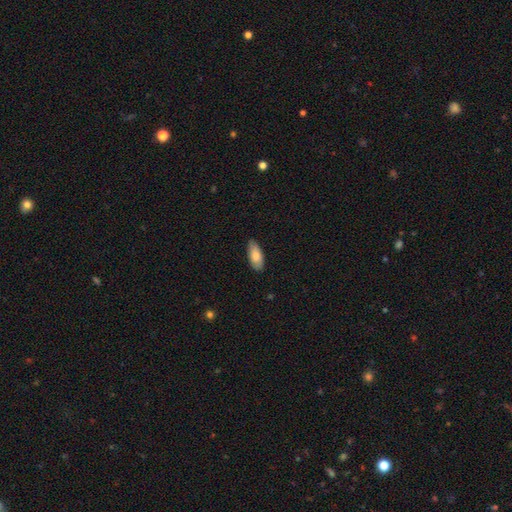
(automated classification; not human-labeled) Q: Smooth or featured?
A: smooth (81%); runner-up: featured or disk (13%)
Q: How rounded?
A: in between (85%); runner-up: cigar-shaped (13%)
Q: Merging?
A: none (84%); runner-up: minor disturbance (13%)